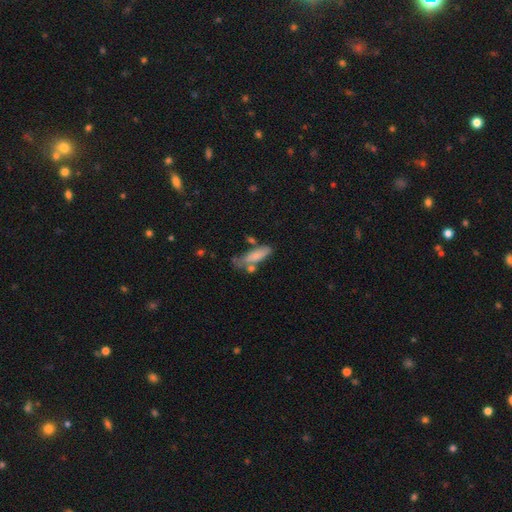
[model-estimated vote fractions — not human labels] smooth-or-featured: smooth: 74% | featured or disk: 19% | star or artifact: 7%
  how-rounded: cigar-shaped: 52% | in between: 46% | round: 2%
  merging: none: 49% | minor disturbance: 24% | merger: 17% | major disturbance: 10%